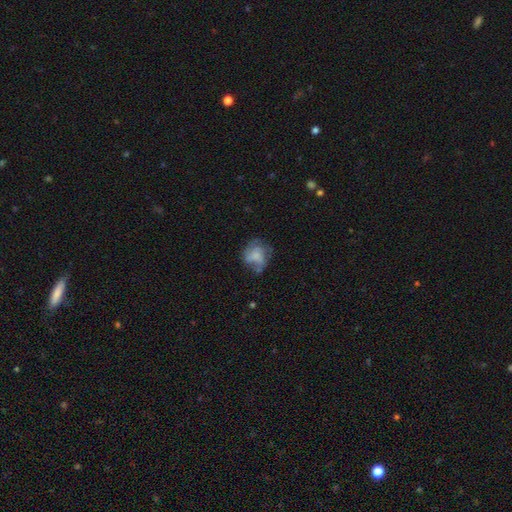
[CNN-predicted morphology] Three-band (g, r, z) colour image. It shows a featured or disk galaxy (46%). Merging: none (52%).